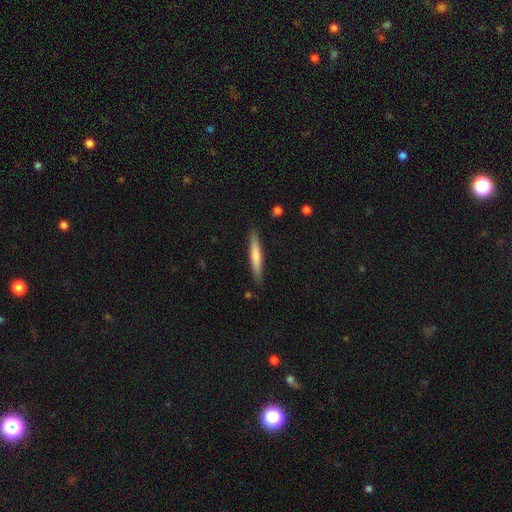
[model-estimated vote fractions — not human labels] smooth-or-featured: smooth: 67% | featured or disk: 28% | star or artifact: 5%
  how-rounded: cigar-shaped: 94% | in between: 5% | round: 1%
  merging: none: 88% | minor disturbance: 9% | major disturbance: 2% | merger: 1%